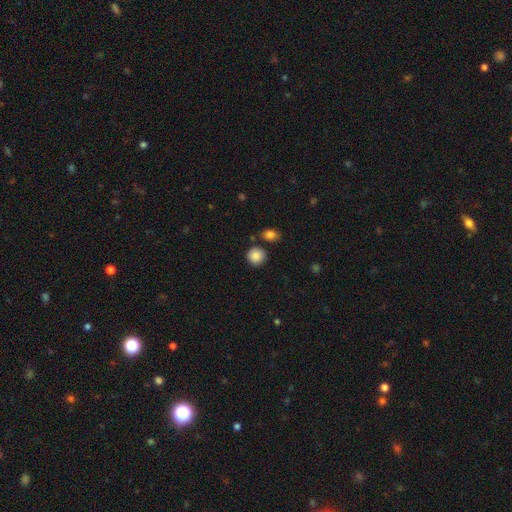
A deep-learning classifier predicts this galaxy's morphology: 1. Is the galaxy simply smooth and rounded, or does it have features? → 87% smooth, 9% star or artifact, 4% featured or disk.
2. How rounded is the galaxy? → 91% round, 8% in between, 1% cigar-shaped.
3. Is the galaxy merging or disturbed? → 83% none, 9% minor disturbance, 6% merger, 3% major disturbance.